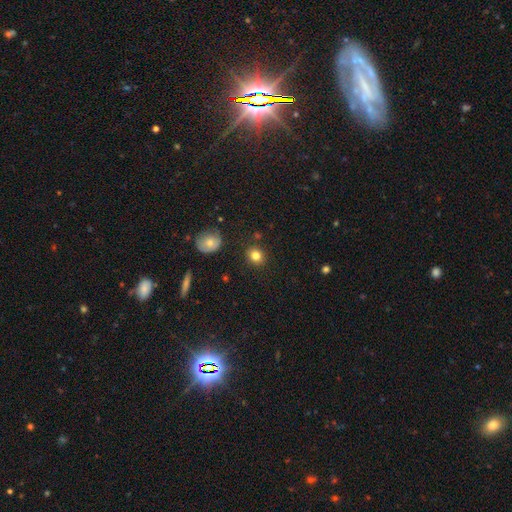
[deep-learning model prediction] This appears to be a smooth galaxy with no disk features (82%) that is round (78%). Merging: none (88%).